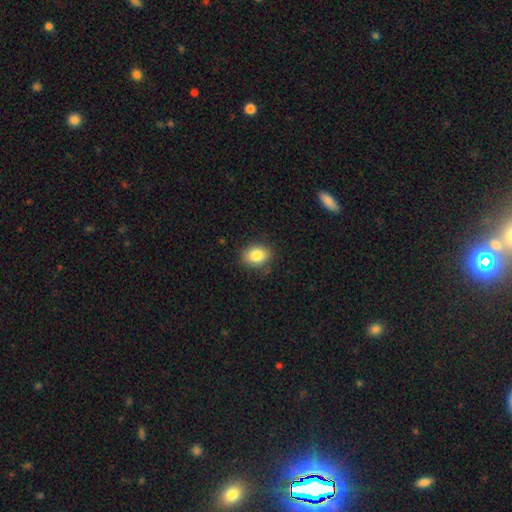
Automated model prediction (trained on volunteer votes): Q: Smooth or featured?
A: smooth (84%); runner-up: star or artifact (9%)
Q: How rounded?
A: in between (62%); runner-up: round (37%)
Q: Merging?
A: none (85%); runner-up: minor disturbance (11%)